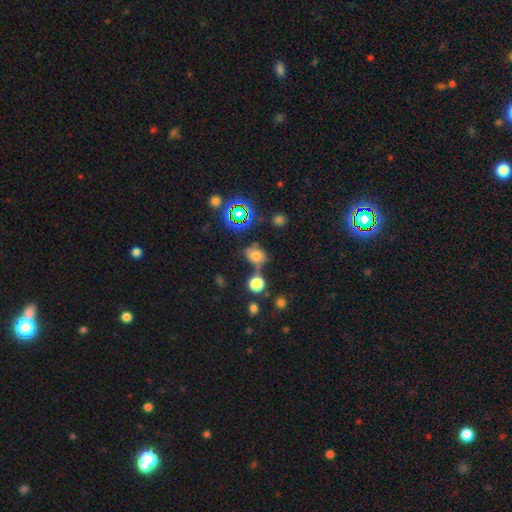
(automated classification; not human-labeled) smooth 57%, star or artifact 30%, featured or disk 13%. Down the decision tree: how rounded — in between (56%); merging — none (50%).